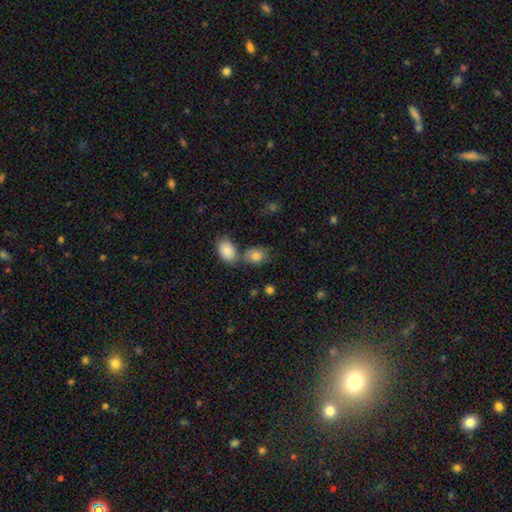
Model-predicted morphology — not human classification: A smooth galaxy with no disk features (83%) that is in between round and cigar-shaped (66%). Merging: none (52%).